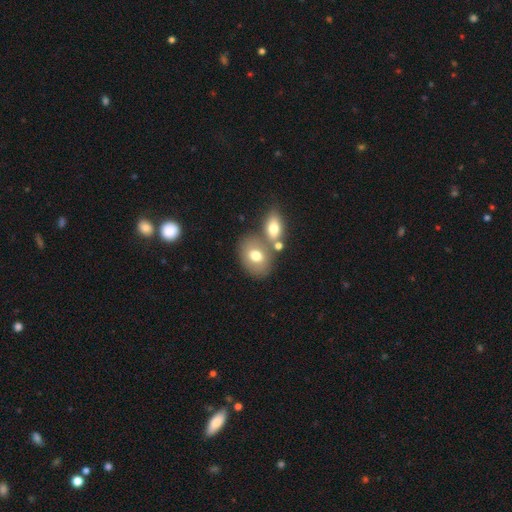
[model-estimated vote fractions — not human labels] This appears to be a smooth galaxy with no disk features (71%) that is in between round and cigar-shaped (70%). Merging: none (54%).